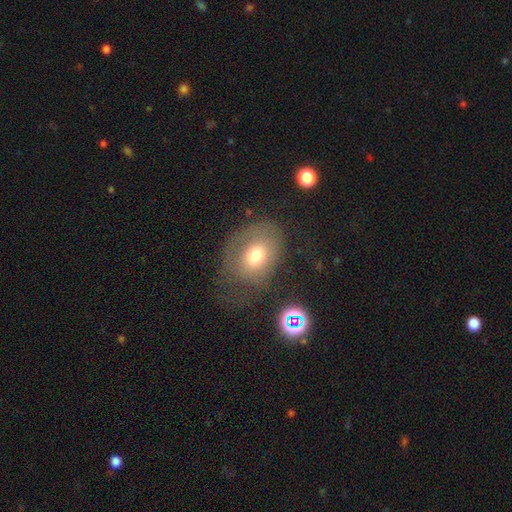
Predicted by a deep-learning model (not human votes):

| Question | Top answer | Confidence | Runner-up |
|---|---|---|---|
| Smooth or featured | smooth | 65% | featured or disk (23%) |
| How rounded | in between | 58% | round (41%) |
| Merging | none | 44% | major disturbance (29%) |